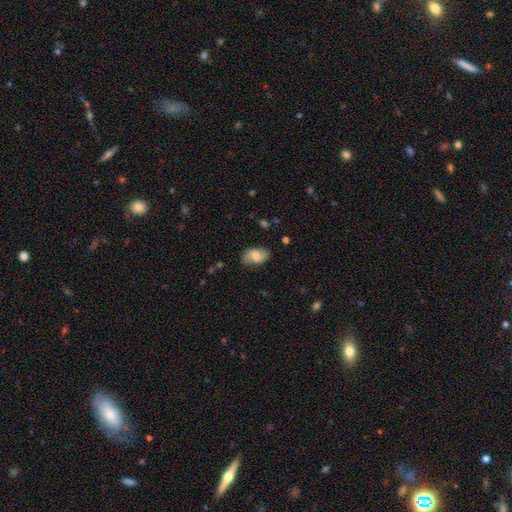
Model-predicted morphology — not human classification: smooth_or_featured: smooth (p=0.64) [alt: featured or disk p=0.29]
how_rounded: in between (p=0.91) [alt: round p=0.08]
merging: none (p=0.75) [alt: minor disturbance p=0.19]